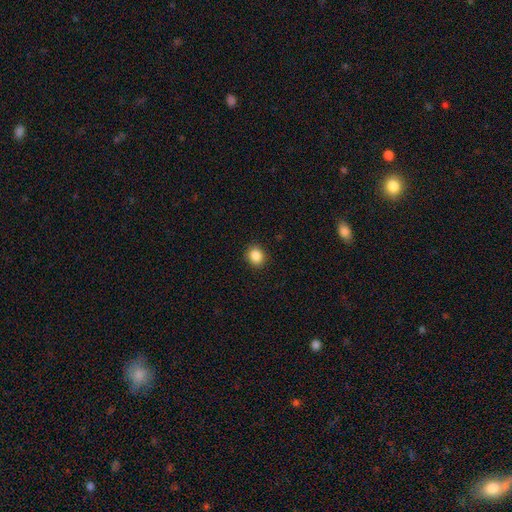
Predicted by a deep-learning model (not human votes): Smooth or featured? smooth (87%)
How rounded? round (76%)
Merging? none (90%)